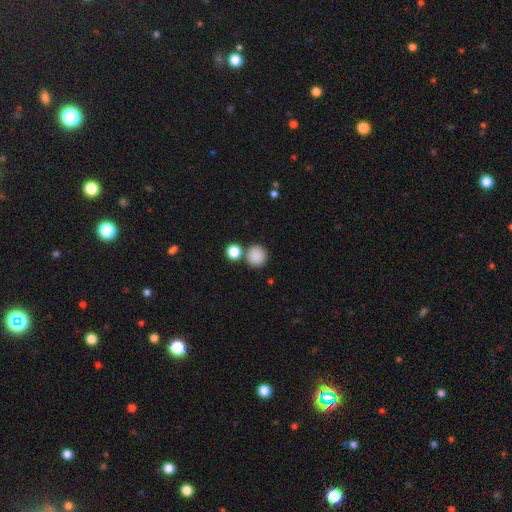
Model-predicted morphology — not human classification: A smooth galaxy with no disk features (86%) that is round (92%). Merging: none (76%).